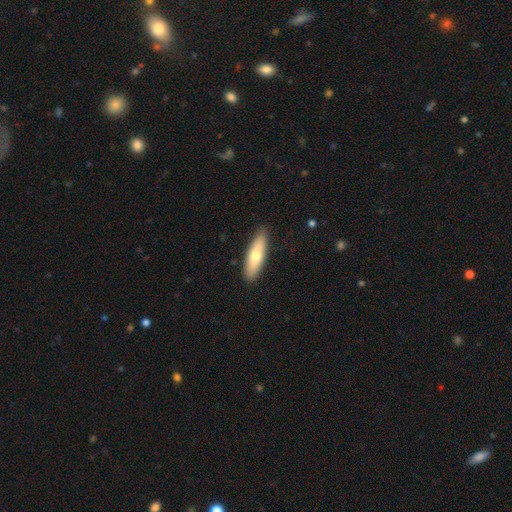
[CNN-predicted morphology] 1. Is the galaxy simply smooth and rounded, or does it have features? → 67% smooth, 27% featured or disk, 6% star or artifact.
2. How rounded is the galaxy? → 56% cigar-shaped, 42% in between, 2% round.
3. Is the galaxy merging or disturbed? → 89% none, 8% minor disturbance, 2% major disturbance, 1% merger.